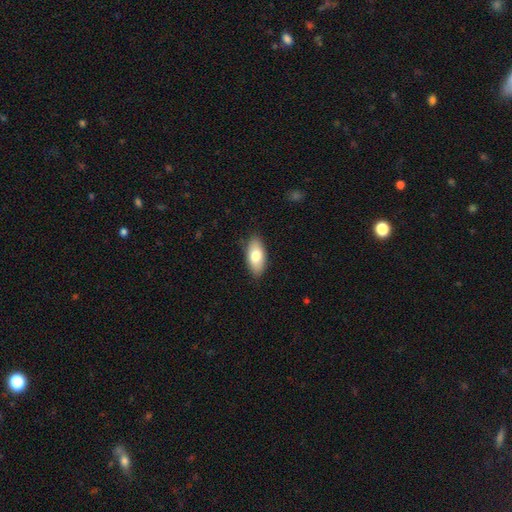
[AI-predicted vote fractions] Overall: smooth (78%). How rounded: in between (89%). Merging: none (86%).